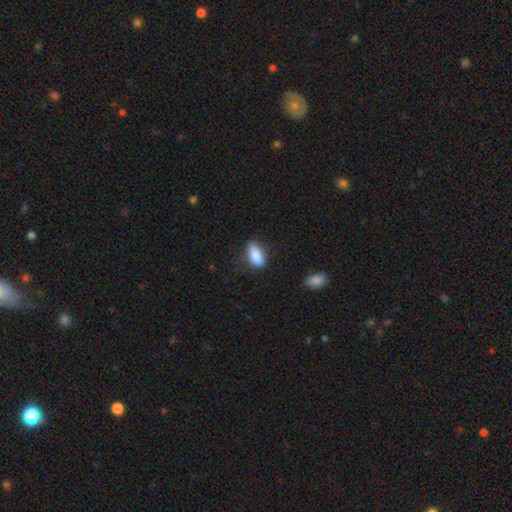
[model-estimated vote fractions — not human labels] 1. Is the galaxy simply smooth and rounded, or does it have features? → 84% smooth, 9% featured or disk, 7% star or artifact.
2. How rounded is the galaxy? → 80% in between, 17% cigar-shaped, 3% round.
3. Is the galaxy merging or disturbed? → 71% none, 22% minor disturbance, 6% major disturbance, 2% merger.